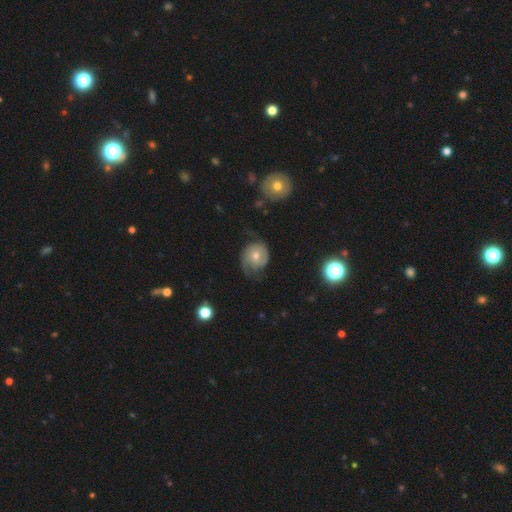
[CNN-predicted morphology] featured or disk 74%, smooth 18%, star or artifact 8%. Down the decision tree: edge-on disk — no (97%); bar — no (80%); spiral arms — yes (92%); spiral arm count — 2 (51%); spiral winding — tight (49%); bulge size — moderate (57%); merging — none (54%).